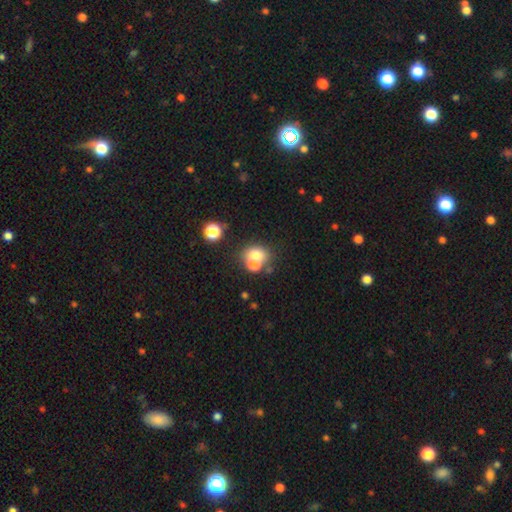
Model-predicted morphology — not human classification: smooth_or_featured: smooth (p=0.69) [alt: featured or disk p=0.16]
how_rounded: round (p=0.56) [alt: in between p=0.43]
merging: merger (p=0.43) [tied with: none p=0.43]